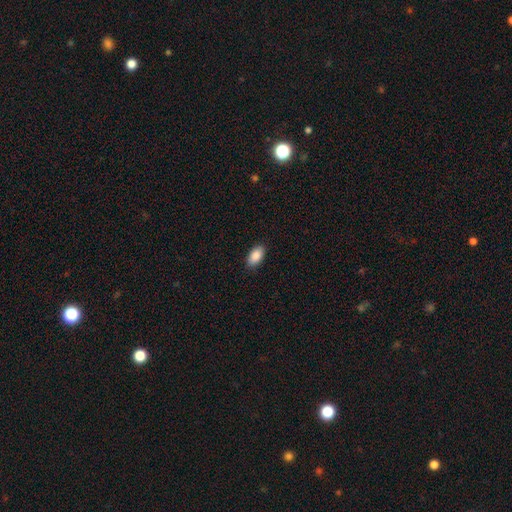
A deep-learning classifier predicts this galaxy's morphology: type=smooth (89%); roundness=in between (93%); merging=none (89%).